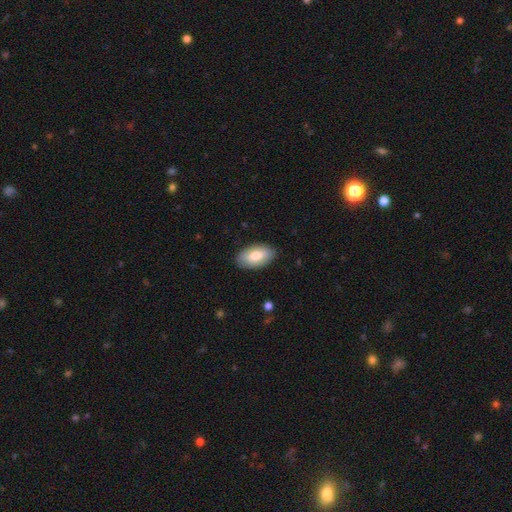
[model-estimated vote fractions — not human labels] A smooth galaxy with no disk features (73%) that is in between round and cigar-shaped (94%).

Vote fractions:
- Smooth or featured? smooth: 73% / featured or disk: 21% / star or artifact: 6%
- How rounded? in between: 94% / round: 3% / cigar-shaped: 3%
- Merging? none: 87% / minor disturbance: 10% / major disturbance: 2% / merger: 1%